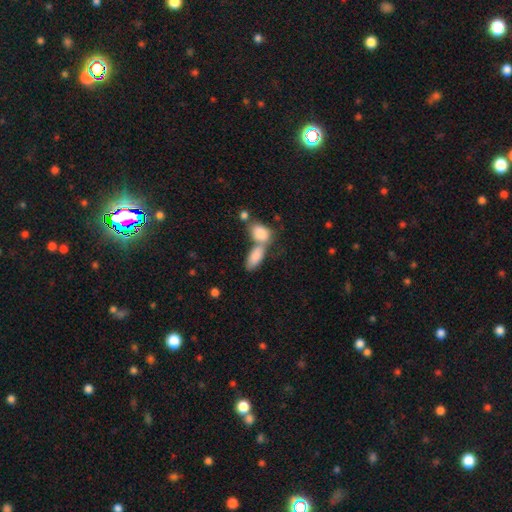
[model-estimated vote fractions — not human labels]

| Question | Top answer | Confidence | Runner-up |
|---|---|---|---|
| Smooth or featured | smooth | 85% | featured or disk (8%) |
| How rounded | in between | 87% | cigar-shaped (9%) |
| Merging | merger | 52% | none (34%) |